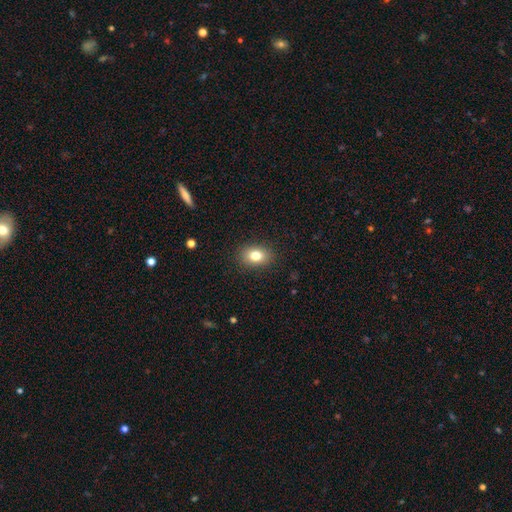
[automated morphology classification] smooth-or-featured: smooth: 80% | star or artifact: 10% | featured or disk: 10%
  how-rounded: in between: 71% | round: 28% | cigar-shaped: 1%
  merging: none: 88% | minor disturbance: 8% | major disturbance: 2% | merger: 1%